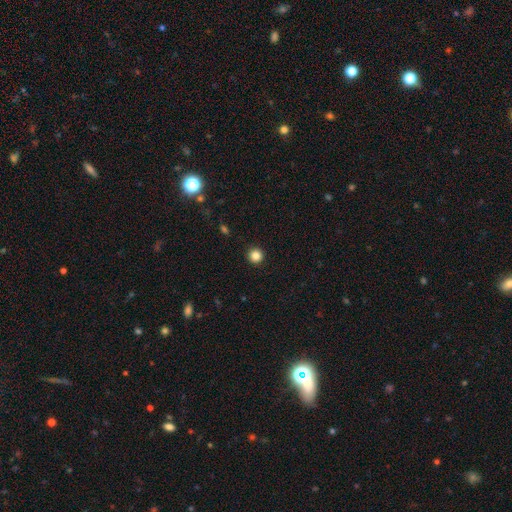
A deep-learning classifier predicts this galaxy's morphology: Smooth or featured: smooth — 85% (star or artifact — 12%)
How rounded: round — 96% (in between — 3%)
Merging: none — 94% (minor disturbance — 4%)